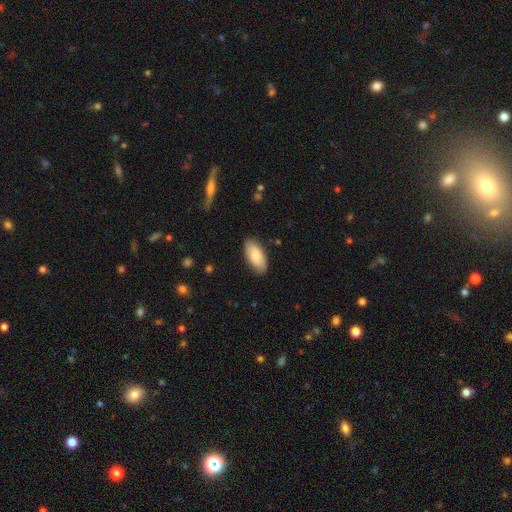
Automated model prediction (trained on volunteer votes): Smooth or featured? Predicted: smooth (p=0.72). How rounded? Predicted: in between (p=0.93). Merging? Predicted: none (p=0.83).